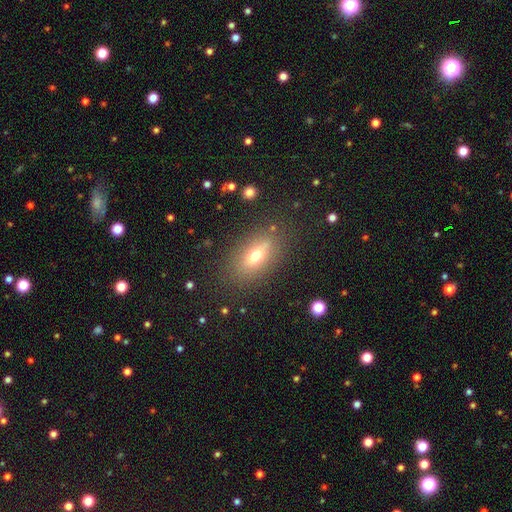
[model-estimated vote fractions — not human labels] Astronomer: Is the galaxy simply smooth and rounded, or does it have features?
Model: smooth — 64%.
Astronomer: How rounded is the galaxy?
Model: in between — 78%.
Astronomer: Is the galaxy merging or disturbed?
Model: none — 80%.